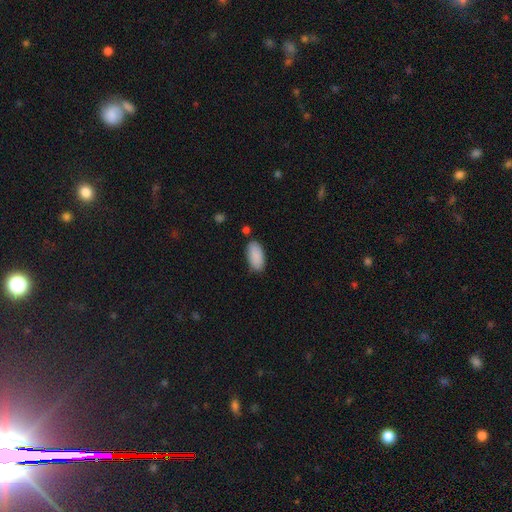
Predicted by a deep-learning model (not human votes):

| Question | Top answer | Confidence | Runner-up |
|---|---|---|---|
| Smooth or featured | smooth | 90% | star or artifact (6%) |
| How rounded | in between | 93% | cigar-shaped (5%) |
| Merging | none | 82% | minor disturbance (12%) |